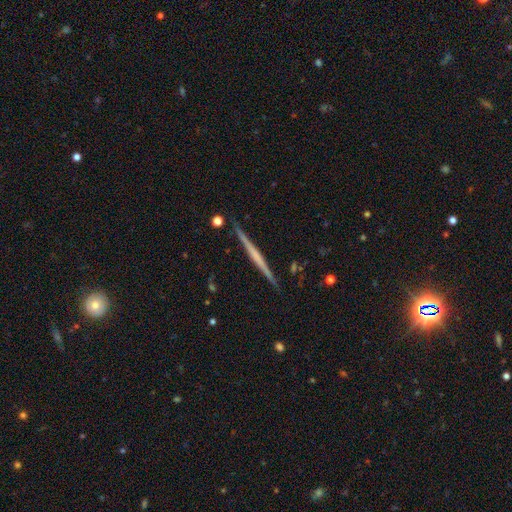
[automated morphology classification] Smooth or featured?
  - featured or disk: 69% *
  - smooth: 26%
  - star or artifact: 5%
Edge-on disk?
  - yes: 98% *
  - no: 2%
Edge-on bulge?
  - none: 69% *
  - rounded: 21%
  - boxy: 9%
Merging?
  - none: 91% *
  - minor disturbance: 6%
  - merger: 1%
  - major disturbance: 1%